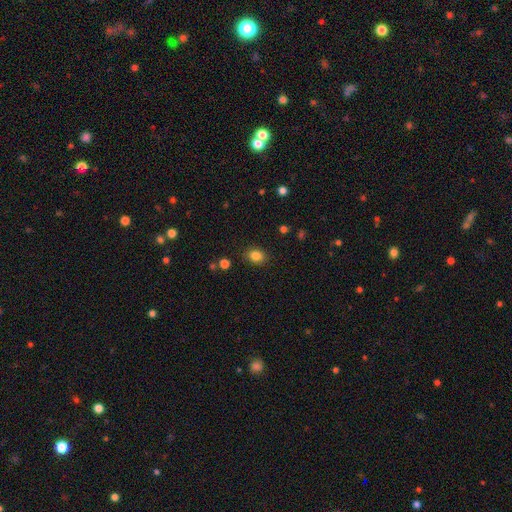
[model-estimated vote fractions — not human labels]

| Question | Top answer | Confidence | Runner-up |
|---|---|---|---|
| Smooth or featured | smooth | 84% | star or artifact (11%) |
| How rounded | in between | 57% | round (42%) |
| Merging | none | 87% | minor disturbance (9%) |